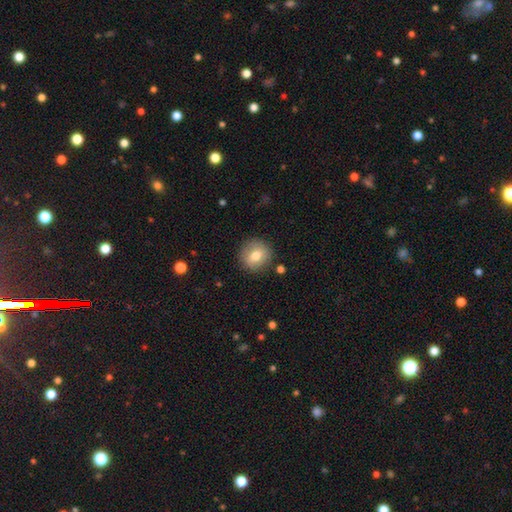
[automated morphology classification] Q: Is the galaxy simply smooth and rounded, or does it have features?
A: smooth — 75%.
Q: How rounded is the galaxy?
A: round — 89%.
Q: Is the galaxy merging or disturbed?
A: none — 87%.